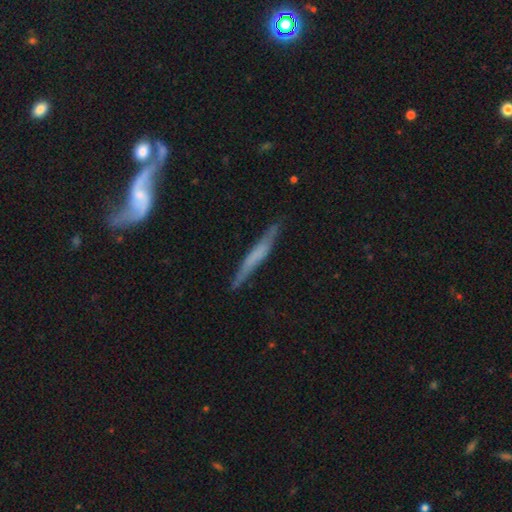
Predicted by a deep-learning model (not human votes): Overall: featured or disk (57%; smooth 37%). Edge-on disk: yes (87%). Merging: none (76%).